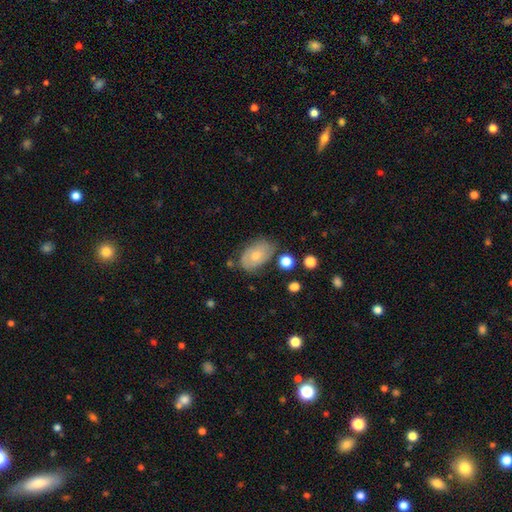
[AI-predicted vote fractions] smooth_or_featured: smooth (p=0.61) [alt: featured or disk p=0.31]
how_rounded: in between (p=0.89) [alt: round p=0.10]
merging: none (p=0.64) [alt: minor disturbance p=0.25]